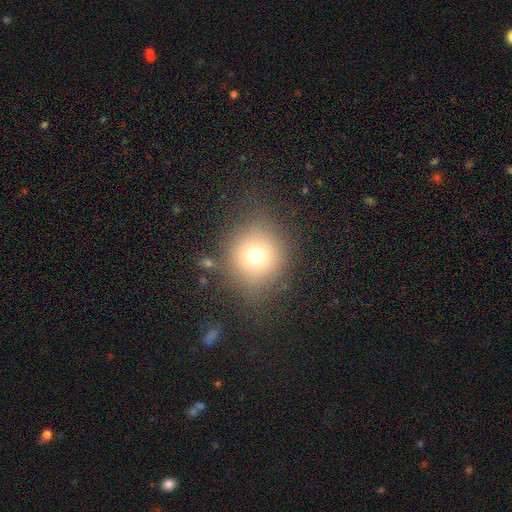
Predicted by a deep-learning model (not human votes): Smooth or featured? Predicted: smooth (p=0.70). How rounded? Predicted: round (p=0.88). Merging? Predicted: none (p=0.77).